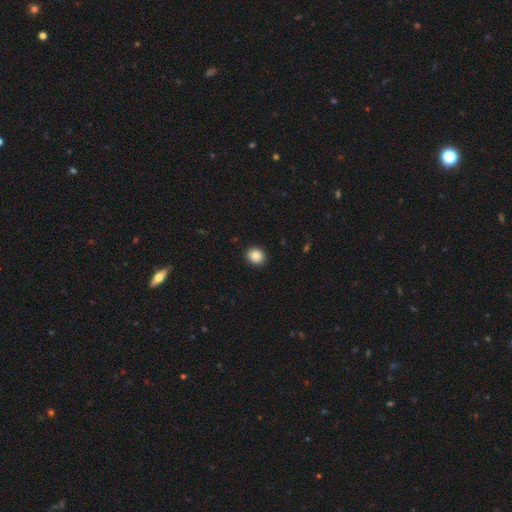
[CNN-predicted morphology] This appears to be a smooth galaxy with no disk features (87%) that is round (75%). Merging: none (92%).